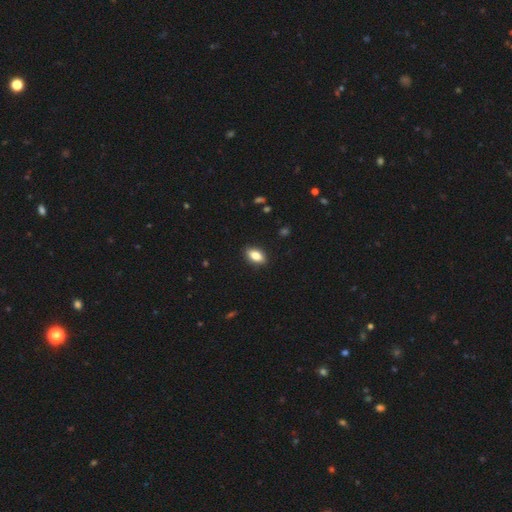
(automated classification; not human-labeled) smooth-or-featured: smooth: 85% | featured or disk: 8% | star or artifact: 7%
  how-rounded: in between: 90% | round: 5% | cigar-shaped: 5%
  merging: none: 89% | minor disturbance: 8% | major disturbance: 2% | merger: 1%